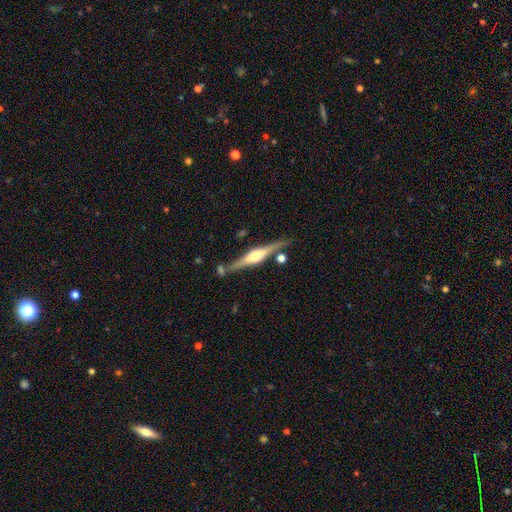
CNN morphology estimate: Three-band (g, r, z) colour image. It shows a featured or disk galaxy (80%) viewed edge-on (98%) with a rounded central bulge (90%). Merging: none (79%).